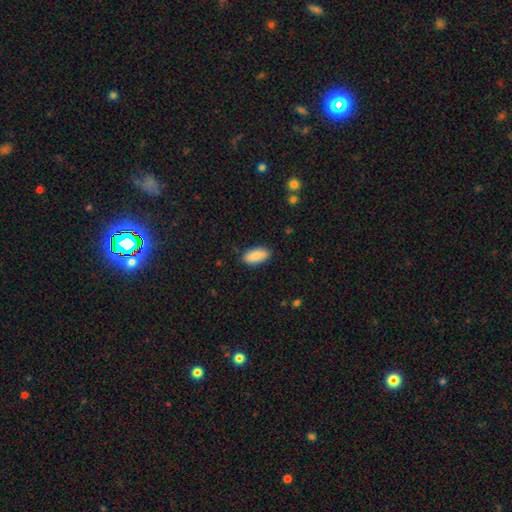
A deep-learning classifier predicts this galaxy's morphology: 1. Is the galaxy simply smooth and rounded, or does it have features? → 88% smooth, 6% star or artifact, 5% featured or disk.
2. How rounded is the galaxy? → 92% in between, 6% cigar-shaped, 2% round.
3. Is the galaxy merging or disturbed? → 86% none, 11% minor disturbance, 2% major disturbance, 1% merger.